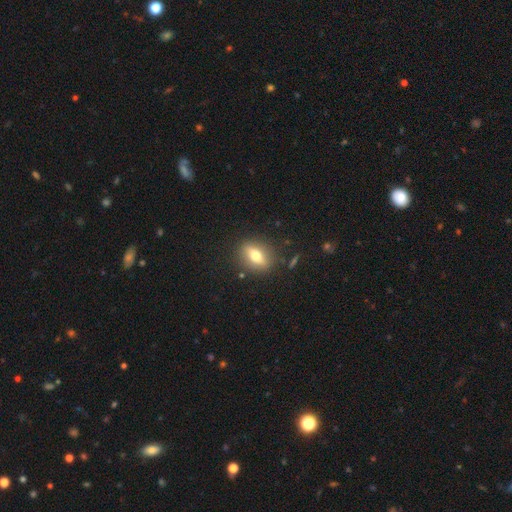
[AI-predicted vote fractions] Morphology: type=smooth (59%); roundness=in between (61%); merging=none (84%).